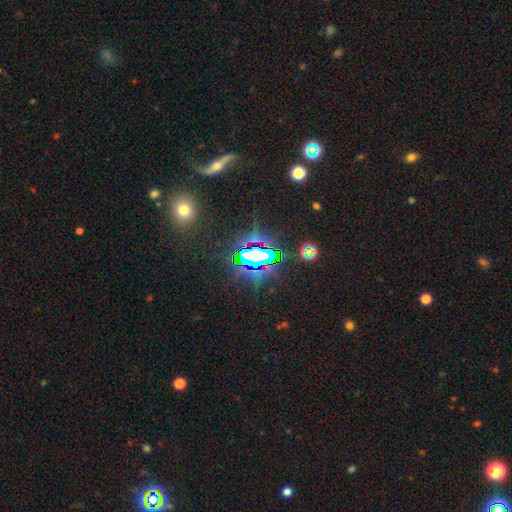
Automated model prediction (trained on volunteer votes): Smooth or featured?
  - star or artifact: 75% *
  - smooth: 13%
  - featured or disk: 12%